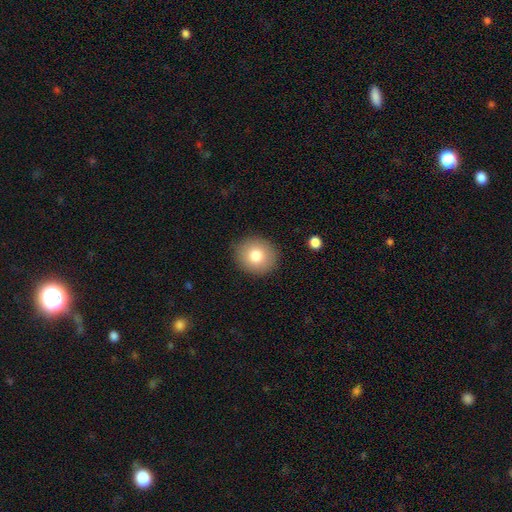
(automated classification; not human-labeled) Smooth or featured: smooth — 80% (featured or disk — 11%)
How rounded: round — 84% (in between — 15%)
Merging: none — 89% (minor disturbance — 8%)